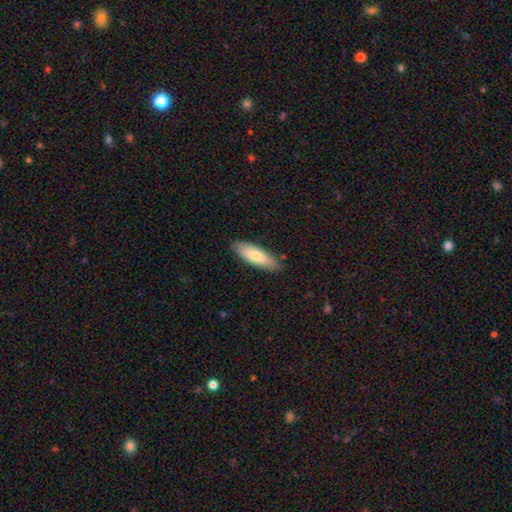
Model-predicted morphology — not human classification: The model was most divided on "how rounded": in between: 60%, cigar-shaped: 38%, round: 2%. More confident: merging — none (85%); smooth or featured — smooth (74%).